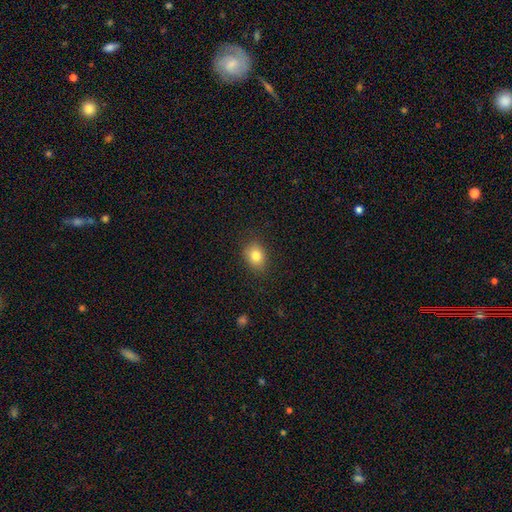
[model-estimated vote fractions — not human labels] smooth 82%, star or artifact 10%, featured or disk 8%. Down the decision tree: how rounded — in between (59%); merging — none (86%).